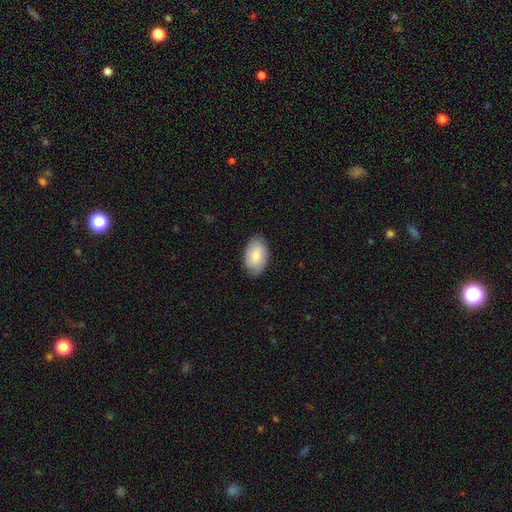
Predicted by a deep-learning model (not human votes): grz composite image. It shows a smooth galaxy with no disk features (80%) that is in between round and cigar-shaped (92%). Merging: none (85%).